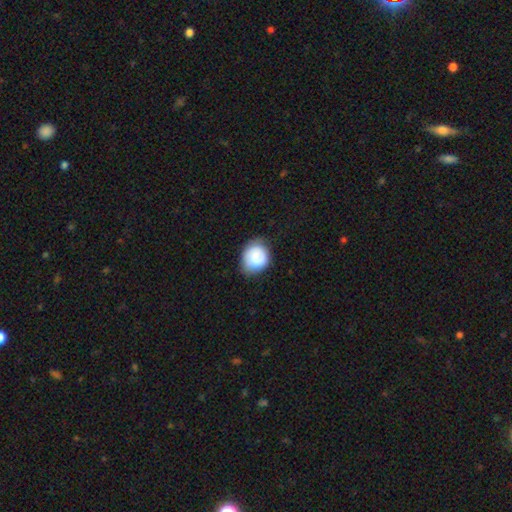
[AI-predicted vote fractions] Smooth or featured: smooth — 75% (featured or disk — 18%)
How rounded: round — 67% (in between — 32%)
Merging: none — 69% (minor disturbance — 24%)